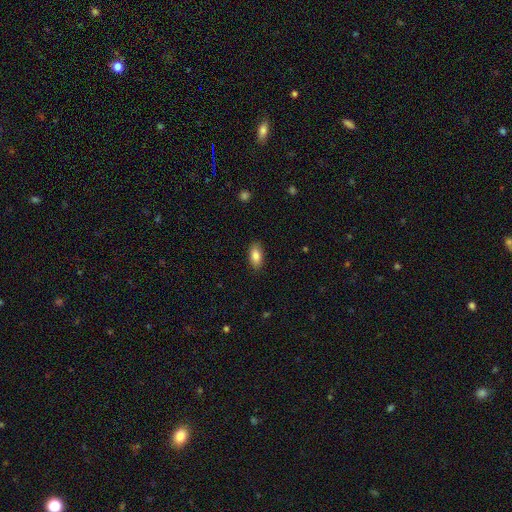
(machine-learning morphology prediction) Smooth or featured? Predicted: smooth (p=0.85). How rounded? Predicted: in between (p=0.90). Merging? Predicted: none (p=0.88).